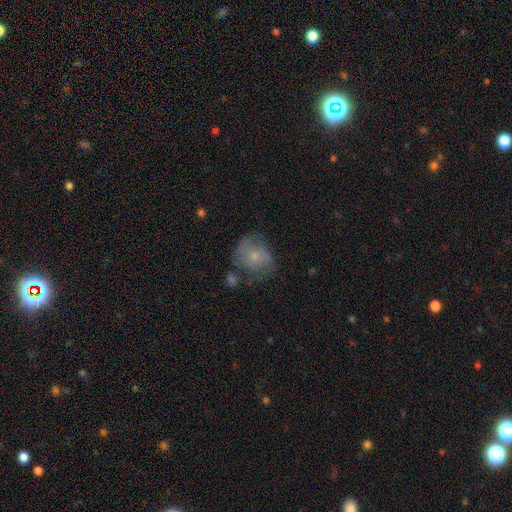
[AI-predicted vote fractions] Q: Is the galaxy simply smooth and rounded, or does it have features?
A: smooth — 53%.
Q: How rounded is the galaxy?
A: round — 66%.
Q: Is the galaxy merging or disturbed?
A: none — 49%.